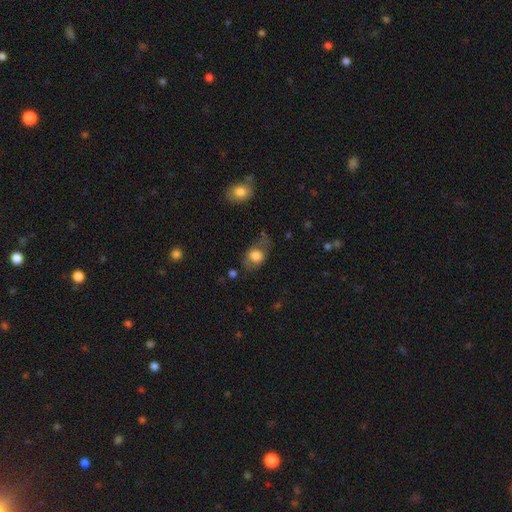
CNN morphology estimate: Smooth or featured? smooth (69%)
How rounded? in between (71%)
Merging? none (60%)